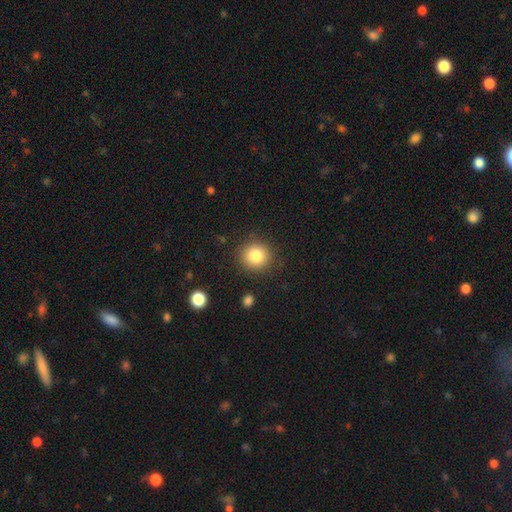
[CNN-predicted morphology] A smooth galaxy with no disk features (83%) that is round (90%). Merging: none (87%).